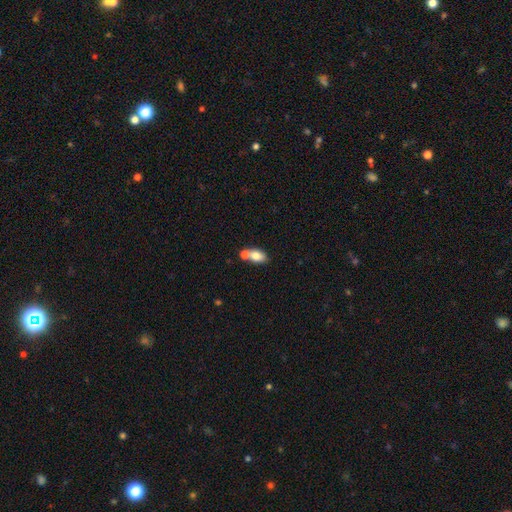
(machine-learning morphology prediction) smooth_or_featured: smooth (p=0.77) [alt: featured or disk p=0.15]
how_rounded: in between (p=0.83) [alt: round p=0.14]
merging: merger (p=0.44) [alt: none p=0.41]